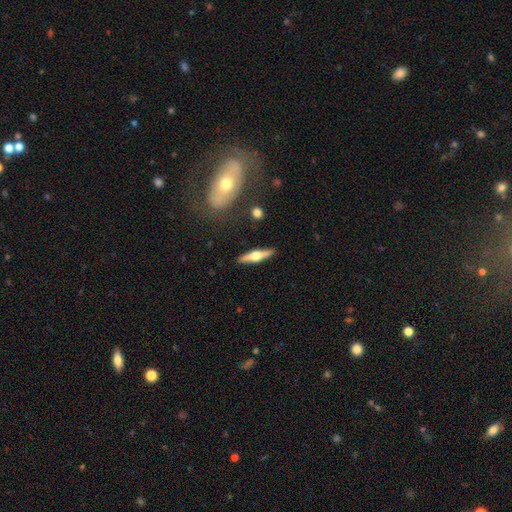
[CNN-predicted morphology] This appears to be a featured or disk galaxy (65%) viewed edge-on (96%) with a rounded central bulge (93%). Merging: none (89%).